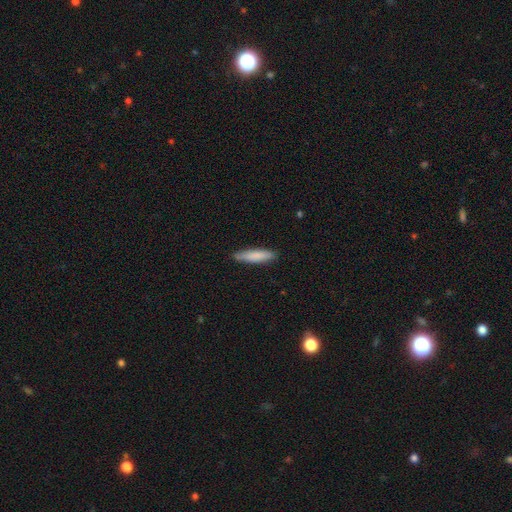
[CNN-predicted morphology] The model was most divided on "how rounded": cigar-shaped: 81%, in between: 17%, round: 1%. More confident: merging — none (87%); smooth or featured — smooth (83%).